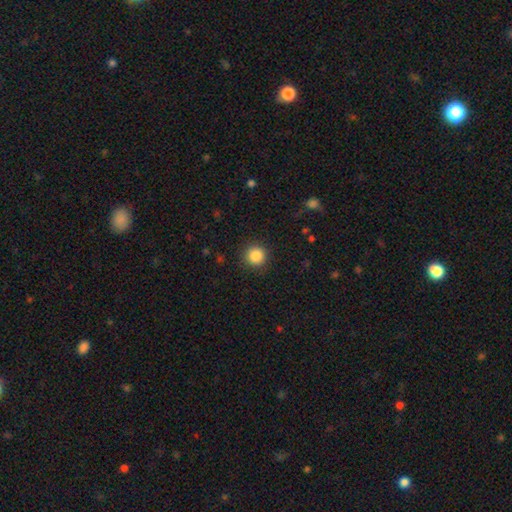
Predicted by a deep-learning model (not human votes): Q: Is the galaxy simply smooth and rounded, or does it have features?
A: smooth — 87%.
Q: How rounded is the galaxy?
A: round — 95%.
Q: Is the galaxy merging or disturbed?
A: none — 91%.